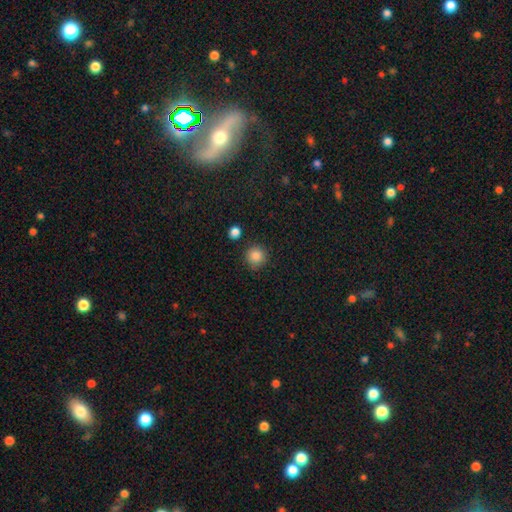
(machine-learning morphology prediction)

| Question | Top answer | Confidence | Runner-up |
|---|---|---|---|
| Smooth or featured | smooth | 86% | star or artifact (10%) |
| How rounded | round | 94% | in between (5%) |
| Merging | none | 85% | minor disturbance (9%) |